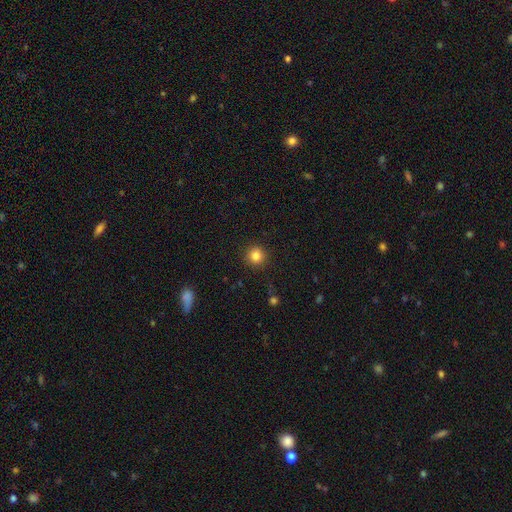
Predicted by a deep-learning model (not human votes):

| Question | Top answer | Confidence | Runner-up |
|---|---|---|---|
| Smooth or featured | smooth | 84% | star or artifact (11%) |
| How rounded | round | 93% | in between (6%) |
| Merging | none | 90% | minor disturbance (6%) |